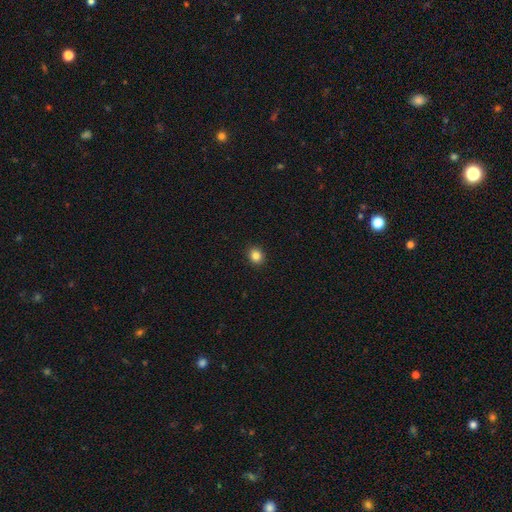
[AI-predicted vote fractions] Smooth or featured?
  - smooth: 85% *
  - star or artifact: 11%
  - featured or disk: 4%
How rounded?
  - round: 75% *
  - in between: 24%
  - cigar-shaped: 1%
Merging?
  - none: 92% *
  - minor disturbance: 5%
  - major disturbance: 2%
  - merger: 1%